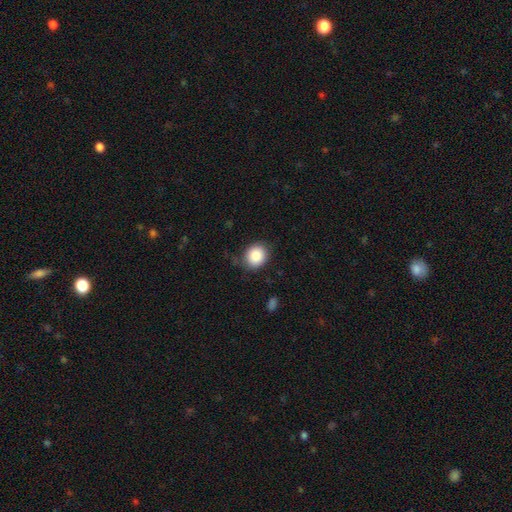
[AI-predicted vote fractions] Smooth or featured? smooth (86%)
How rounded? round (74%)
Merging? none (80%)